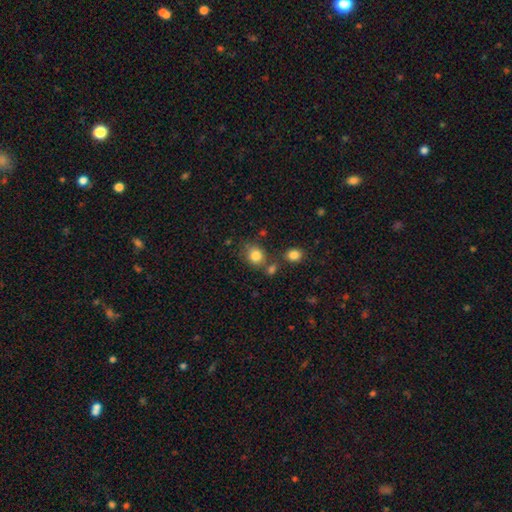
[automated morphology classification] The model was most divided on "how rounded": round: 68%, in between: 31%, cigar-shaped: 1%. More confident: smooth or featured — smooth (82%); merging — none (65%).